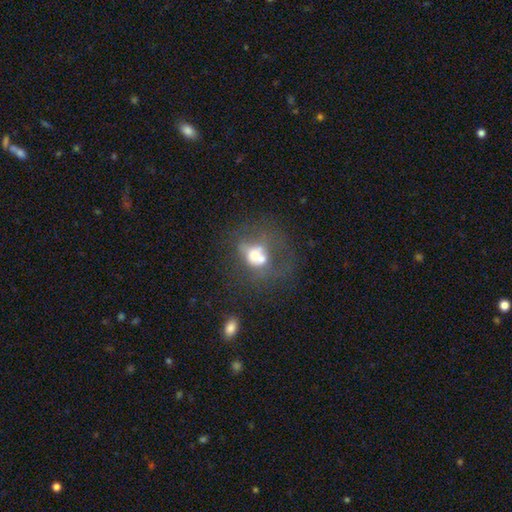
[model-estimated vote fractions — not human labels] smooth_or_featured: smooth (p=0.51) [alt: featured or disk p=0.35]
how_rounded: round (p=0.53) [alt: in between p=0.45]
merging: merger (p=0.44) [alt: none p=0.26]